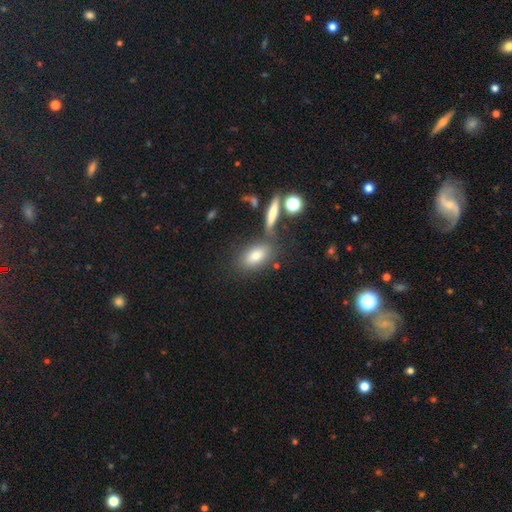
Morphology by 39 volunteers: Smooth or featured? smooth (74%)
How rounded? in between (90%)
Merging? none (63%)